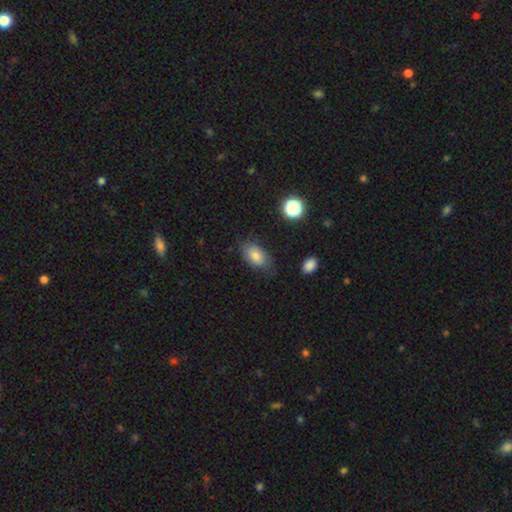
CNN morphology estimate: Smooth or featured?
  - smooth: 73% *
  - featured or disk: 17%
  - star or artifact: 10%
How rounded?
  - in between: 89% *
  - round: 10%
  - cigar-shaped: 2%
Merging?
  - none: 68% *
  - minor disturbance: 22%
  - major disturbance: 8%
  - merger: 2%